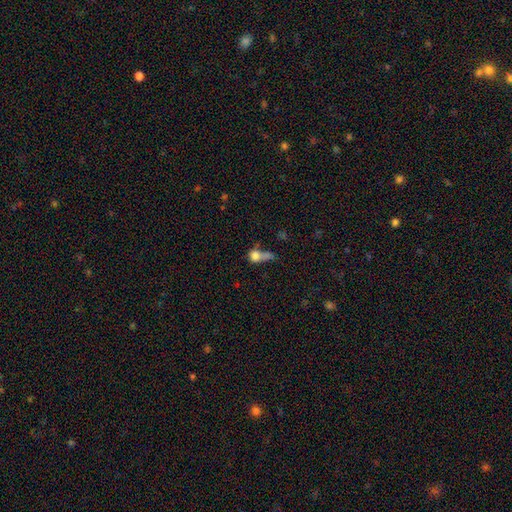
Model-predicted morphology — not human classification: smooth-or-featured: smooth: 71% | featured or disk: 17% | star or artifact: 12%
  how-rounded: round: 62% | in between: 32% | cigar-shaped: 6%
  merging: merger: 37% | major disturbance: 25% | none: 23% | minor disturbance: 15%